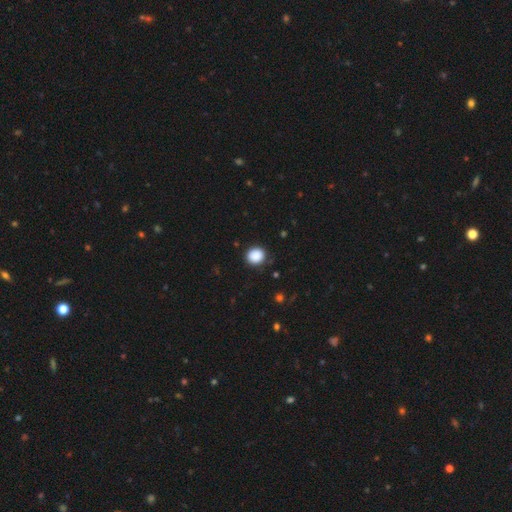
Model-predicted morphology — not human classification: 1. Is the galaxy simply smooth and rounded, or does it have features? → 89% smooth, 9% star or artifact, 3% featured or disk.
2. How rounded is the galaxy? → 84% round, 15% in between, 1% cigar-shaped.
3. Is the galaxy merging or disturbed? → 88% none, 9% minor disturbance, 2% major disturbance, 1% merger.